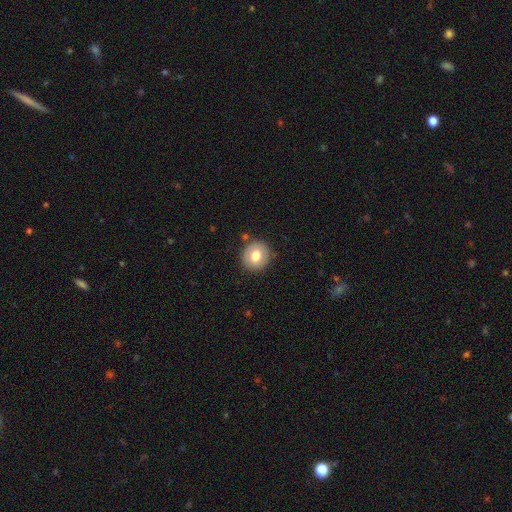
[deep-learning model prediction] Q: Smooth or featured?
A: smooth (72%); runner-up: featured or disk (20%)
Q: How rounded?
A: round (86%); runner-up: in between (13%)
Q: Merging?
A: none (85%); runner-up: minor disturbance (10%)